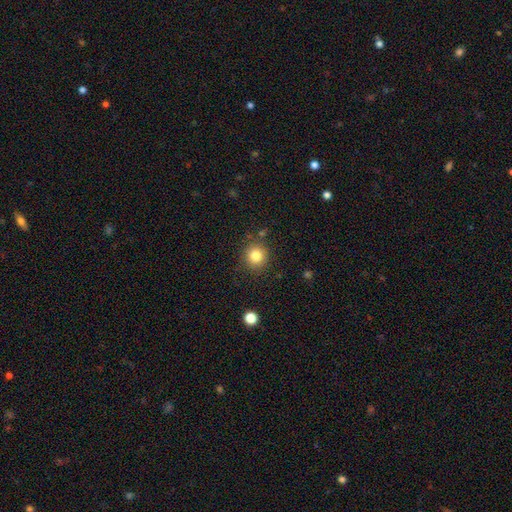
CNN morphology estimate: Smooth or featured? Predicted: smooth (p=0.83). How rounded? Predicted: round (p=0.91). Merging? Predicted: none (p=0.85).